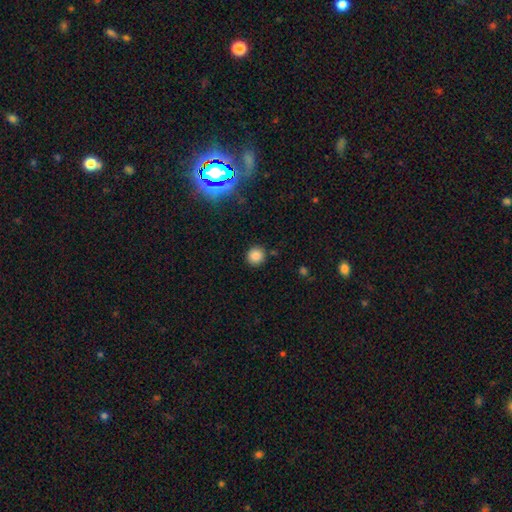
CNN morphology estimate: smooth_or_featured: smooth (p=0.83) [alt: star or artifact p=0.13]
how_rounded: round (p=0.93) [alt: in between p=0.06]
merging: none (p=0.88) [alt: minor disturbance p=0.07]